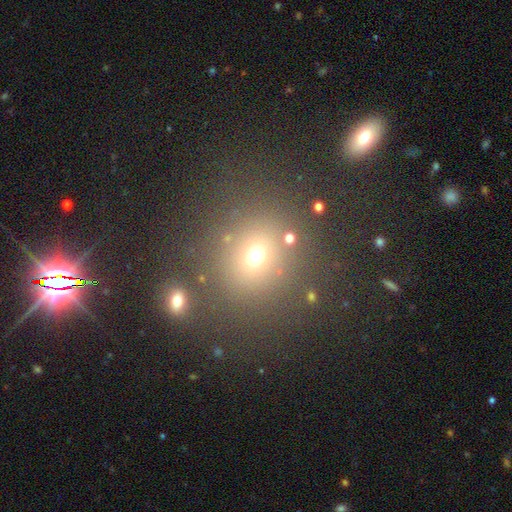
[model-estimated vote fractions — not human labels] Smooth or featured? Predicted: smooth (p=0.64). How rounded? Predicted: round (p=0.81). Merging? Predicted: none (p=0.81).